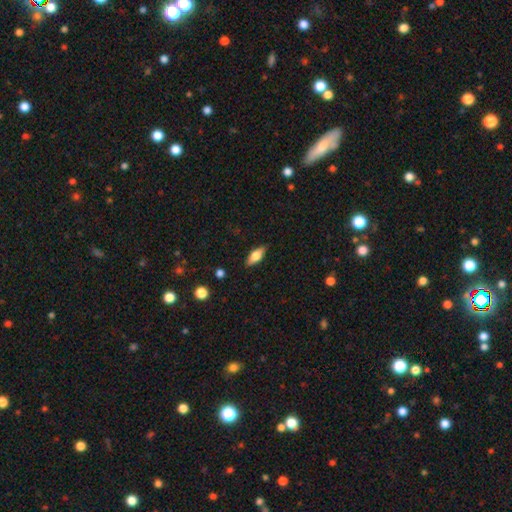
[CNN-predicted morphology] This appears to be a smooth galaxy with no disk features (64%) that is in between round and cigar-shaped (74%). Merging: none (88%).